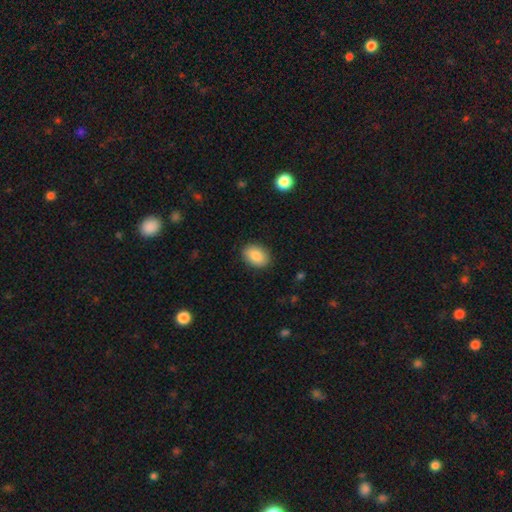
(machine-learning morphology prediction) type=smooth (87%); roundness=in between (83%); merging=none (88%).